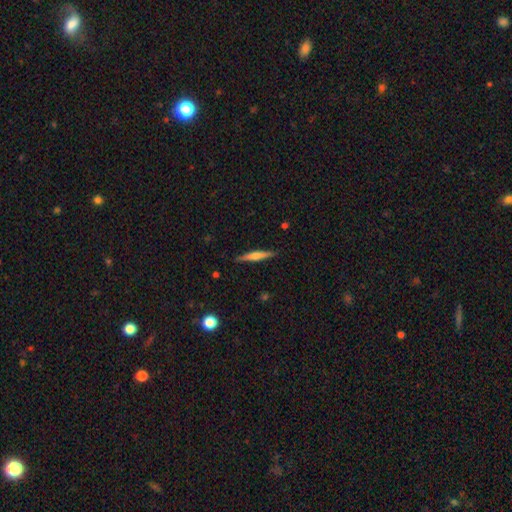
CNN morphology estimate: type=featured or disk (49%); merging=none (89%).